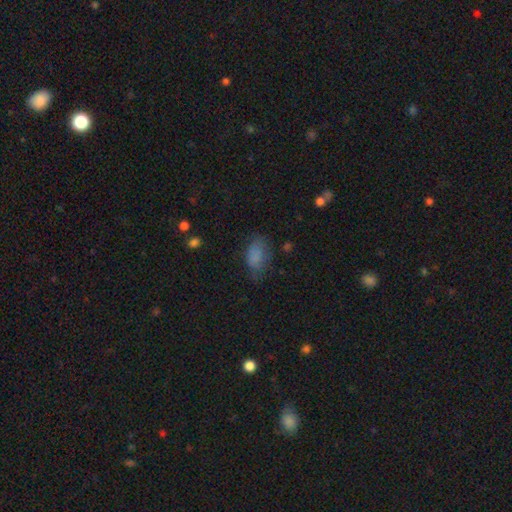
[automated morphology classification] Smooth or featured? Predicted: smooth (p=0.80). How rounded? Predicted: in between (p=0.90). Merging? Predicted: none (p=0.57).